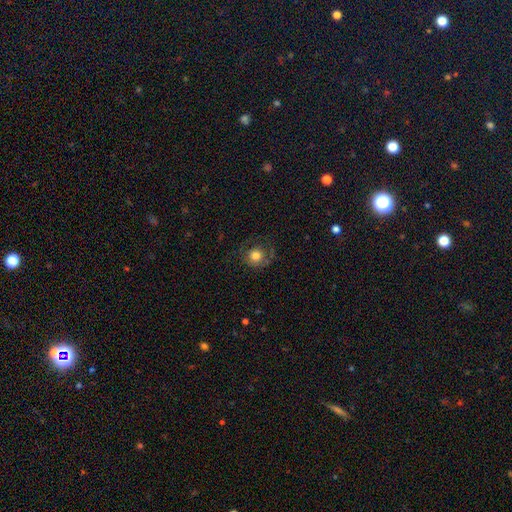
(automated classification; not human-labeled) Morphology: type=smooth (74%); roundness=round (89%); merging=none (66%).